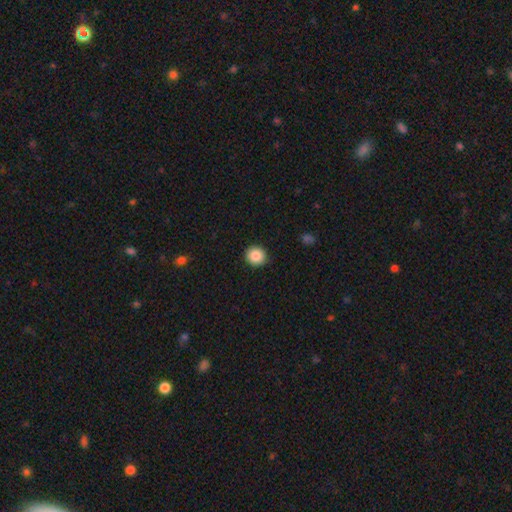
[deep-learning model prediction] A smooth galaxy with no disk features (87%) that is round (92%). Merging: none (92%).